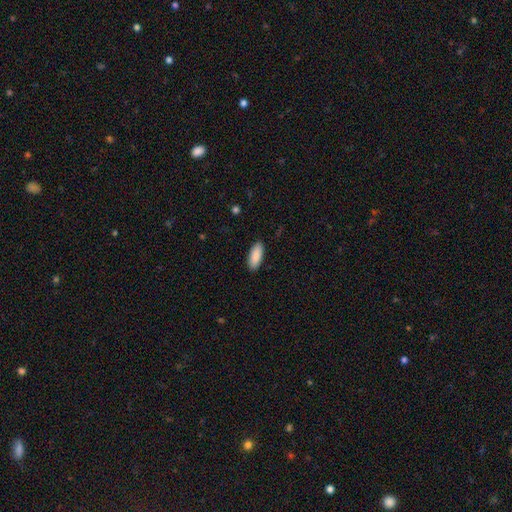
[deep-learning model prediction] This is clearly a smooth galaxy (90%). How rounded: clearly in between (80%). Merging: clearly none (90%).